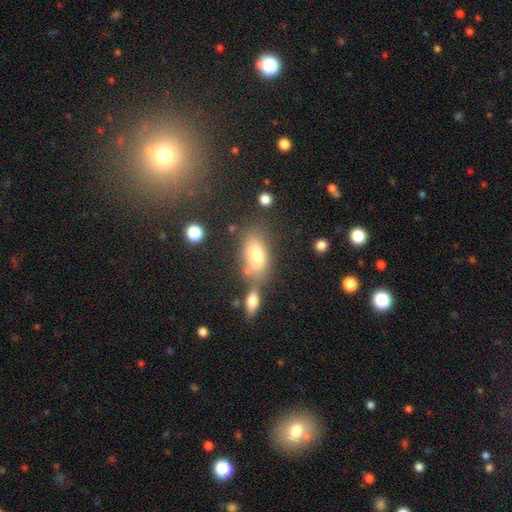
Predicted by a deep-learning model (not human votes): smooth_or_featured: smooth (p=0.74) [alt: featured or disk p=0.17]
how_rounded: in between (p=0.86) [alt: round p=0.10]
merging: none (p=0.59) [alt: merger p=0.21]